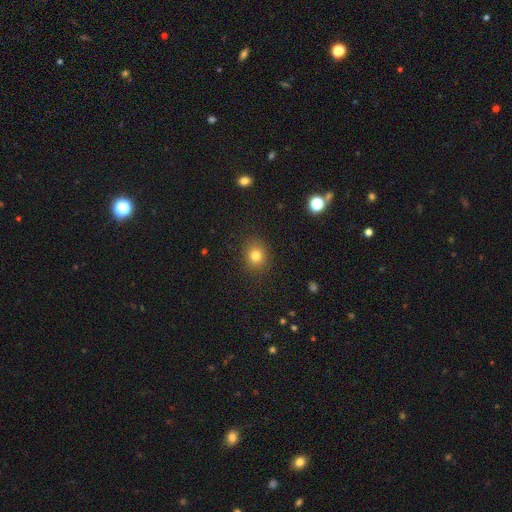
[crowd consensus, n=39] Smooth or featured? 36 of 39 (92%) said smooth. How rounded? 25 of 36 (69%) said round. Merging? 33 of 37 (89%) said none.